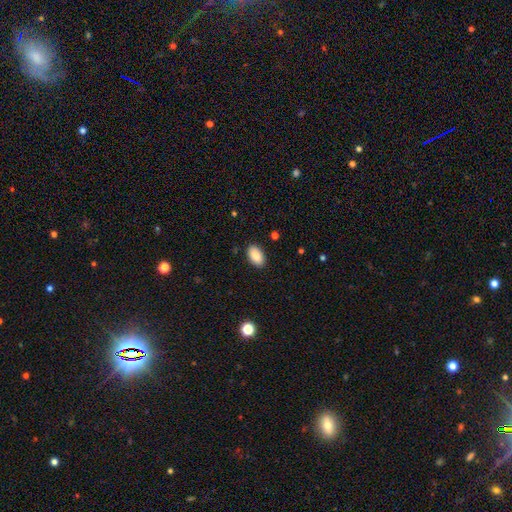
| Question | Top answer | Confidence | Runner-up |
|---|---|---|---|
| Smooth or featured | smooth | 87% | star or artifact (8%) |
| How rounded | in between | 97% | round (3%) |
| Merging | none | 91% | minor disturbance (6%) |